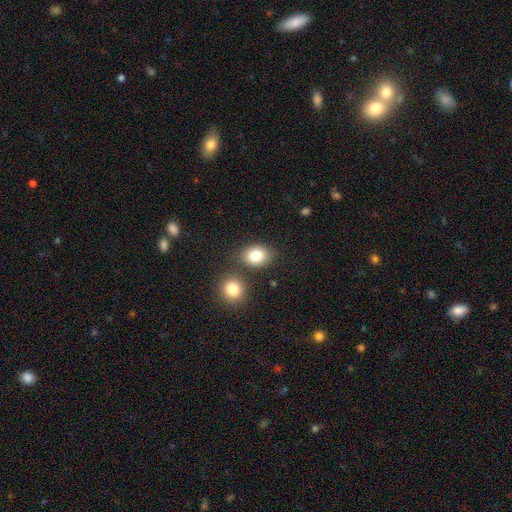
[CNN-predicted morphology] type=smooth (84%); roundness=in between (59%); merging=none (69%).